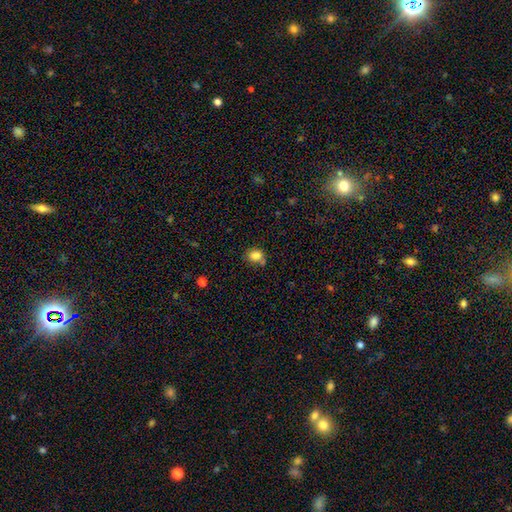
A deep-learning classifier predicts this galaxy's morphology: Smooth or featured: smooth — 82% (star or artifact — 11%)
How rounded: in between — 50% (round — 49%)
Merging: none — 62% (minor disturbance — 18%)